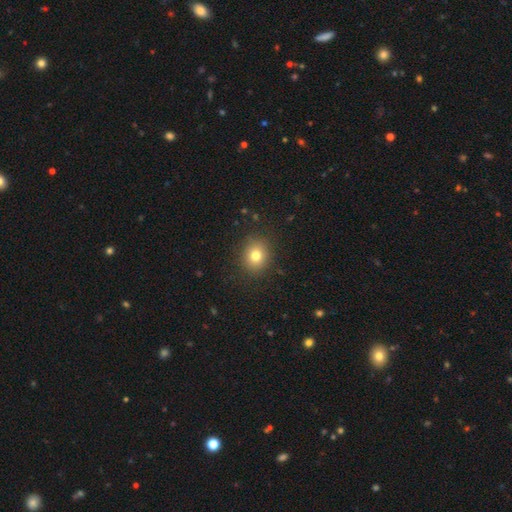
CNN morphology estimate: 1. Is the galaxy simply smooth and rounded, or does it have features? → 79% smooth, 12% star or artifact, 9% featured or disk.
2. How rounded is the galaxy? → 69% round, 30% in between, 1% cigar-shaped.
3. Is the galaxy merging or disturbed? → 88% none, 8% minor disturbance, 3% major disturbance, 1% merger.